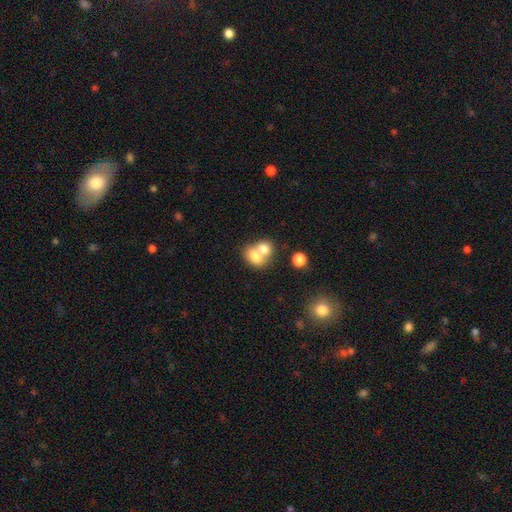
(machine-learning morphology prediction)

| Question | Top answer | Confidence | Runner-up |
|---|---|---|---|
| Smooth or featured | smooth | 74% | featured or disk (17%) |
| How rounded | in between | 55% | round (44%) |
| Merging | merger | 68% | none (23%) |